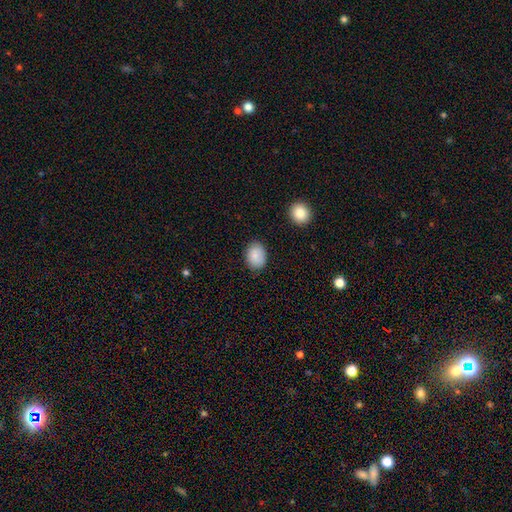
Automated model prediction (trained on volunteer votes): smooth-or-featured: smooth: 86% | star or artifact: 8% | featured or disk: 6%
  how-rounded: in between: 64% | round: 35% | cigar-shaped: 1%
  merging: none: 84% | minor disturbance: 12% | major disturbance: 3% | merger: 1%